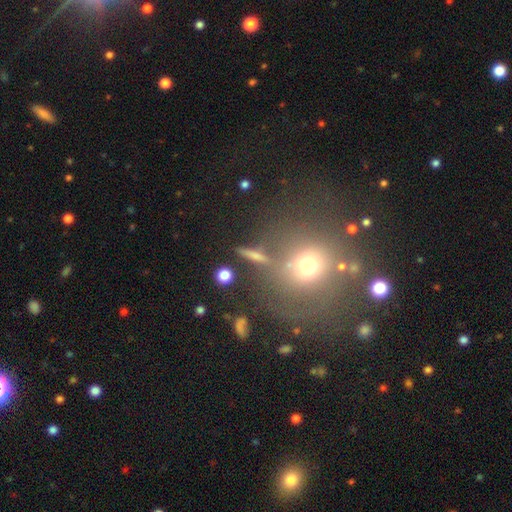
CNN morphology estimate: smooth_or_featured: smooth (p=0.56) [alt: featured or disk p=0.27]
how_rounded: cigar-shaped (p=0.57) [alt: round p=0.25]
merging: none (p=0.78) [alt: minor disturbance p=0.10]